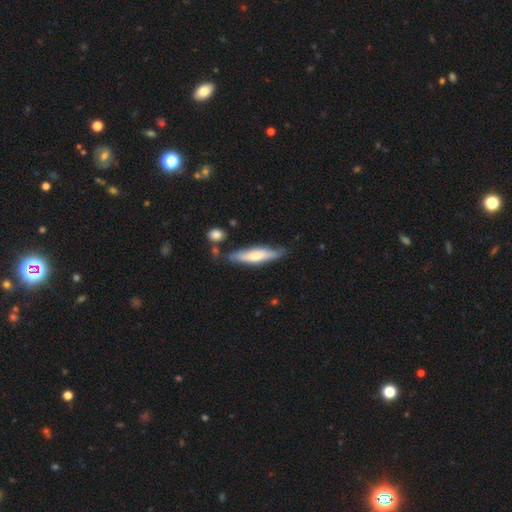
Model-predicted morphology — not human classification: smooth_or_featured: smooth (p=0.58) [alt: featured or disk p=0.37]
how_rounded: cigar-shaped (p=0.77) [alt: in between p=0.22]
merging: none (p=0.74) [alt: minor disturbance p=0.18]